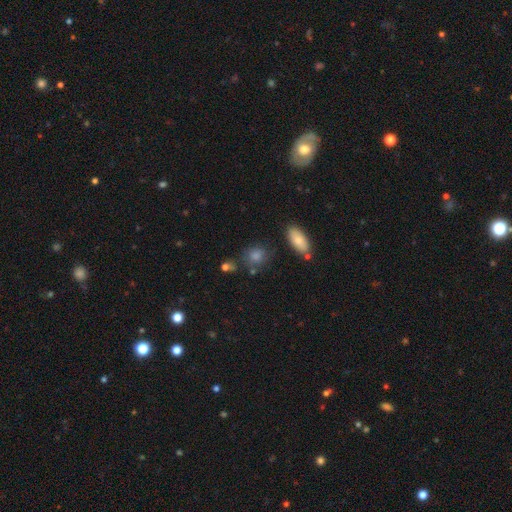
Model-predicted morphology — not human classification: A smooth galaxy with no disk features (69%) that is round (67%).

Vote fractions:
- Smooth or featured? smooth: 69% / star or artifact: 19% / featured or disk: 12%
- How rounded? round: 67% / in between: 30% / cigar-shaped: 3%
- Merging? none: 72% / minor disturbance: 14% / merger: 9% / major disturbance: 5%